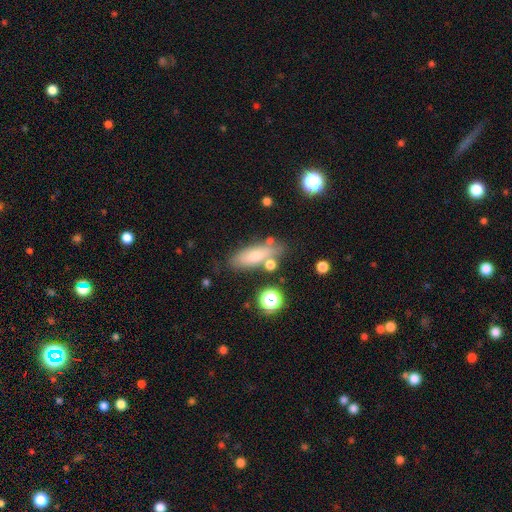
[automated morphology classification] smooth_or_featured: smooth (p=0.71) [alt: featured or disk p=0.19]
how_rounded: in between (p=0.62) [alt: cigar-shaped p=0.34]
merging: none (p=0.67) [alt: minor disturbance p=0.17]